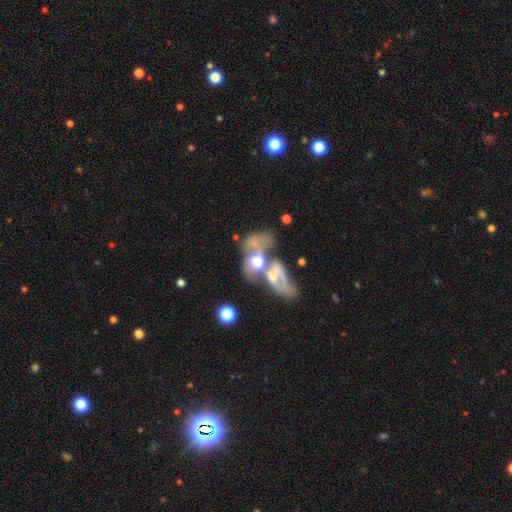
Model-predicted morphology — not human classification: Overall: featured or disk (53%; smooth 32%). Edge-on disk: no (91%). Merging: merger (68%).